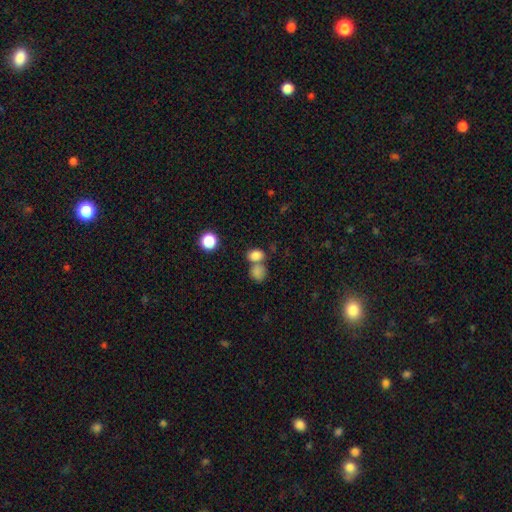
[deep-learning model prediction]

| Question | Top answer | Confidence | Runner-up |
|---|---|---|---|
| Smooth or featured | smooth | 83% | star or artifact (11%) |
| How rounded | in between | 62% | round (37%) |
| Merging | none | 45% | merger (42%) |